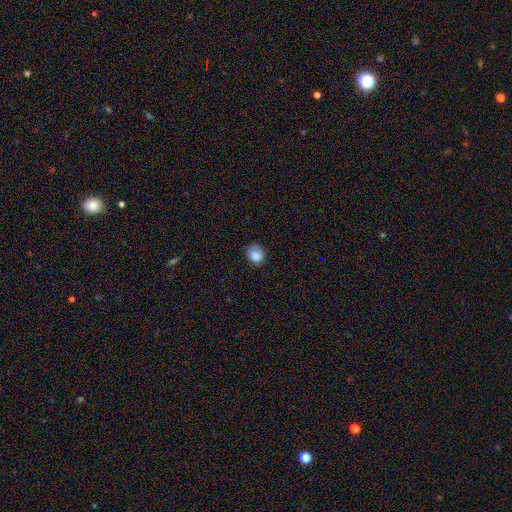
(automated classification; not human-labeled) Smooth or featured? smooth (85%)
How rounded? round (71%)
Merging? none (67%)